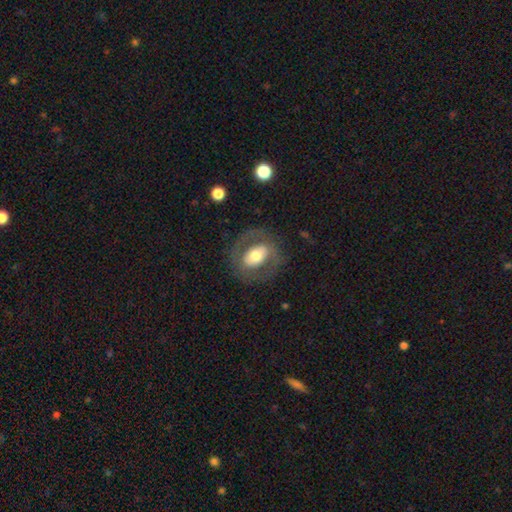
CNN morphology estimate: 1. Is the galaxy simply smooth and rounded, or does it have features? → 54% featured or disk, 40% smooth, 6% star or artifact.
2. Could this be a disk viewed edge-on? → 94% no, 6% yes.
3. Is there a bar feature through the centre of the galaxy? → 49% no, 27% weak, 24% strong.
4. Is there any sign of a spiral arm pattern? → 64% no, 36% yes.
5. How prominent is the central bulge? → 57% moderate, 29% large, 10% small, 3% dominant, 1% none.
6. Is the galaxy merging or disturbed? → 76% none, 12% minor disturbance, 10% major disturbance, 1% merger.